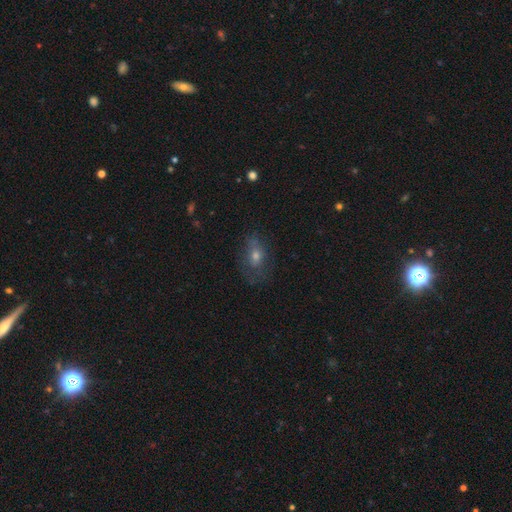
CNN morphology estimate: A smooth galaxy with no disk features (48%). Merging: none (59%).